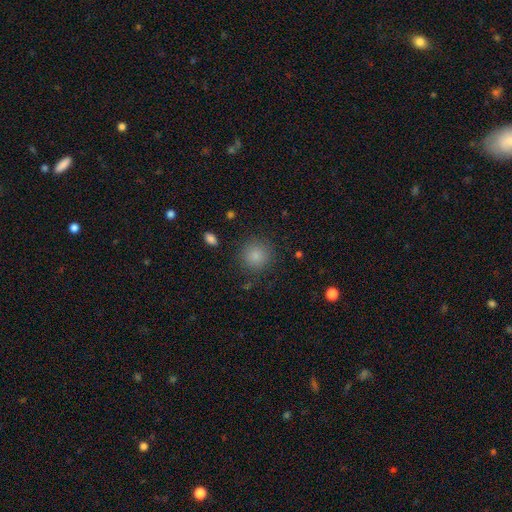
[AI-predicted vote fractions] smooth-or-featured: smooth: 84% | star or artifact: 11% | featured or disk: 5%
  how-rounded: round: 92% | in between: 7% | cigar-shaped: 1%
  merging: none: 86% | minor disturbance: 9% | major disturbance: 4% | merger: 2%